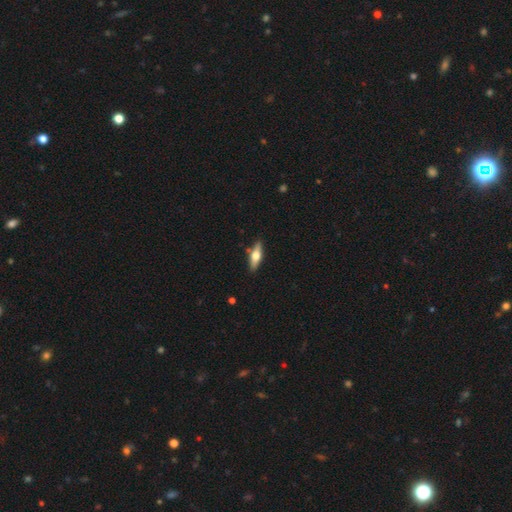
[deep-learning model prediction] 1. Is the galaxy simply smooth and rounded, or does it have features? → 51% featured or disk, 43% smooth, 6% star or artifact.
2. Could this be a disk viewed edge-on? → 92% yes, 8% no.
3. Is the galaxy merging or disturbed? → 86% none, 10% minor disturbance, 2% major disturbance, 2% merger.